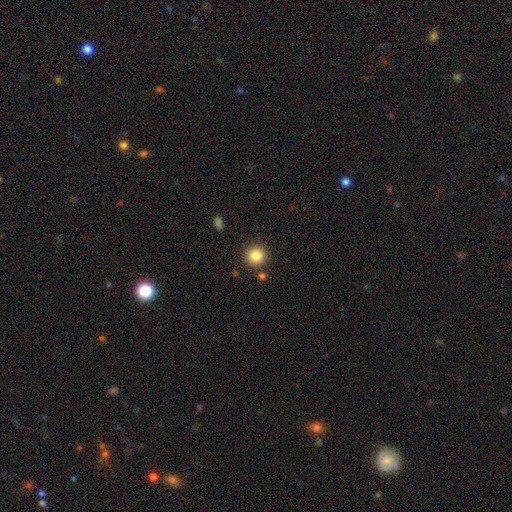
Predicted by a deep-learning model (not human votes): smooth 84%, star or artifact 11%, featured or disk 5%. Down the decision tree: how rounded — round (94%); merging — none (87%).